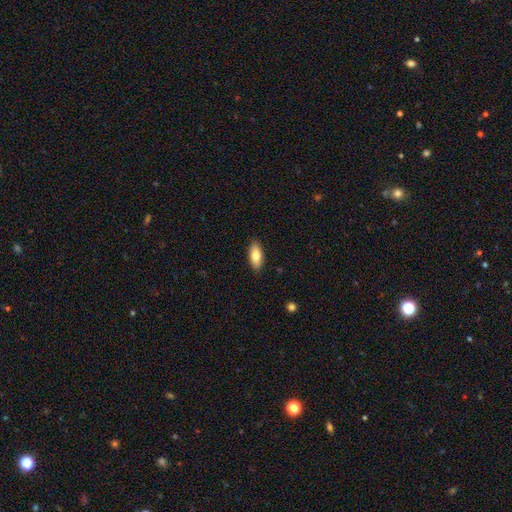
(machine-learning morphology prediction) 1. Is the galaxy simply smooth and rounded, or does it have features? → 80% smooth, 13% featured or disk, 6% star or artifact.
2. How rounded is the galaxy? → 85% in between, 13% cigar-shaped, 2% round.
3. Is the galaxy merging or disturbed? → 88% none, 9% minor disturbance, 2% major disturbance, 1% merger.